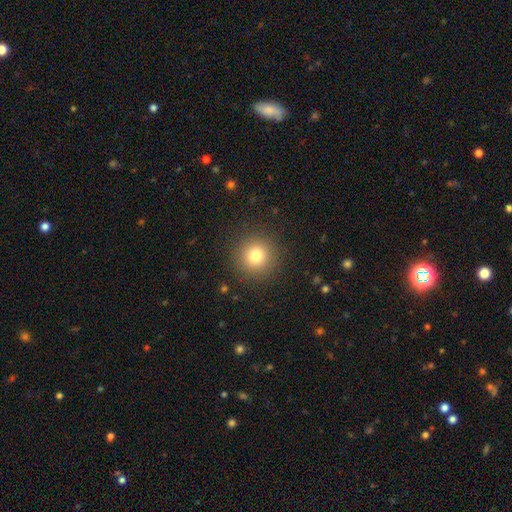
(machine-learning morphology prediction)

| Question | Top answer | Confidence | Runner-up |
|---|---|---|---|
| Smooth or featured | smooth | 78% | star or artifact (14%) |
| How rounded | round | 95% | in between (4%) |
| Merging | none | 91% | minor disturbance (6%) |